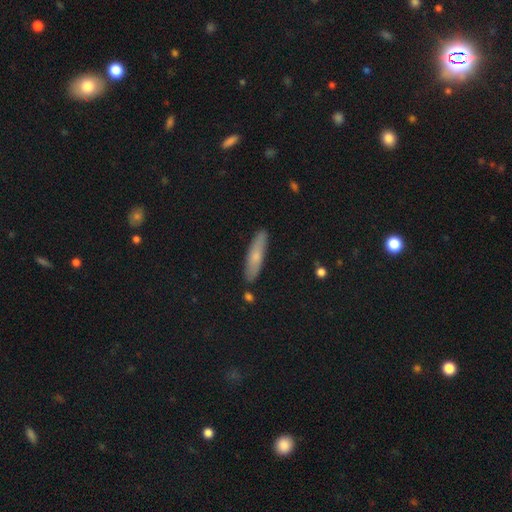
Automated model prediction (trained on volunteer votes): Morphology: type=smooth (64%); roundness=cigar-shaped (81%); merging=none (86%).